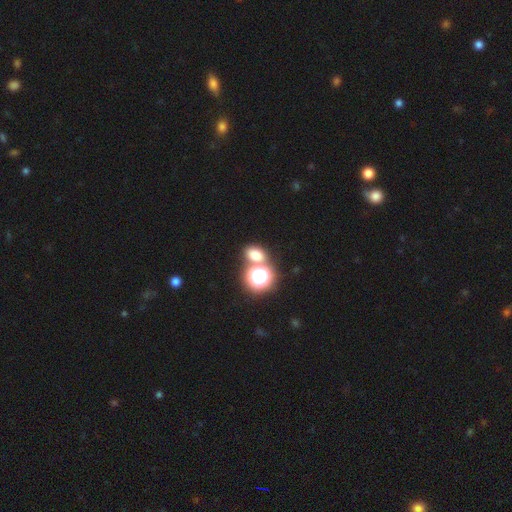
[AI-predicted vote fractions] This appears to be a smooth galaxy with no disk features (67%) that is in between round and cigar-shaped (56%). Merging: none (62%).